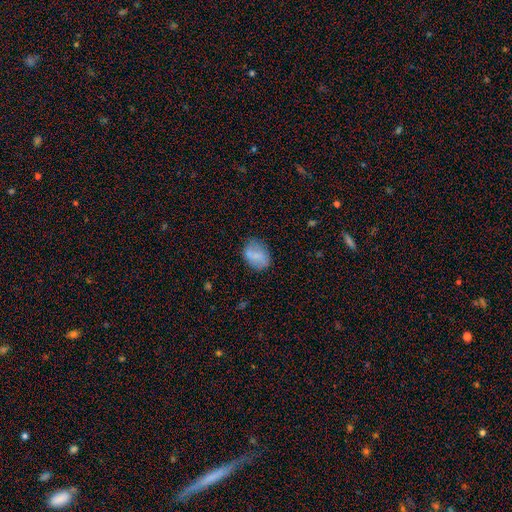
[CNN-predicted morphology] This is likely a smooth galaxy (71%). How rounded: likely in between (71%). Merging: likely none (72%).